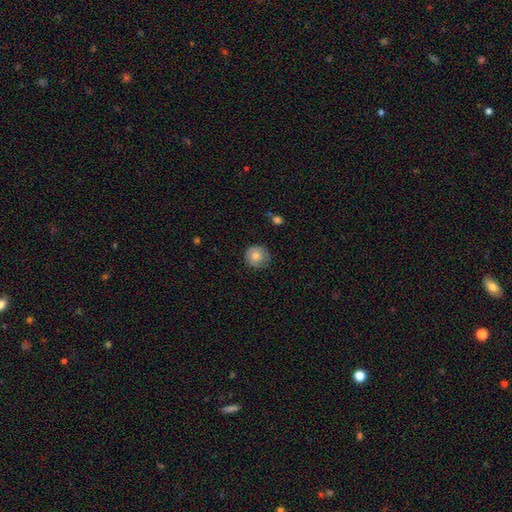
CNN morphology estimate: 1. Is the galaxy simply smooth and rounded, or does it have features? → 74% smooth, 19% featured or disk, 8% star or artifact.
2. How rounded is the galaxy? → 92% round, 7% in between, 1% cigar-shaped.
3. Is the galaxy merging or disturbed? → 81% none, 15% minor disturbance, 3% major disturbance, 1% merger.